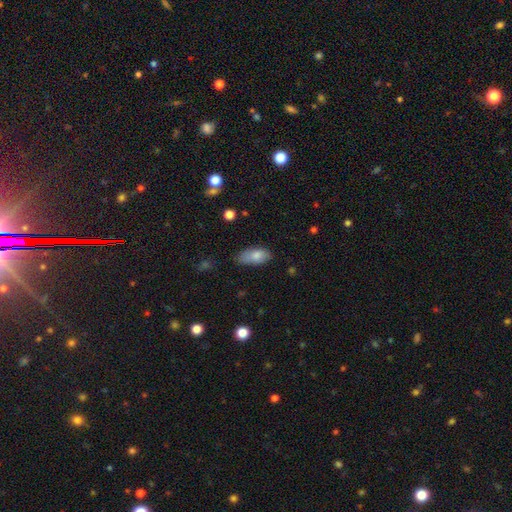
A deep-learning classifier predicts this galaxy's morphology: Smooth or featured?
  - smooth: 81% *
  - featured or disk: 12%
  - star or artifact: 7%
How rounded?
  - in between: 88% *
  - cigar-shaped: 8%
  - round: 3%
Merging?
  - none: 67% *
  - minor disturbance: 25%
  - major disturbance: 6%
  - merger: 2%